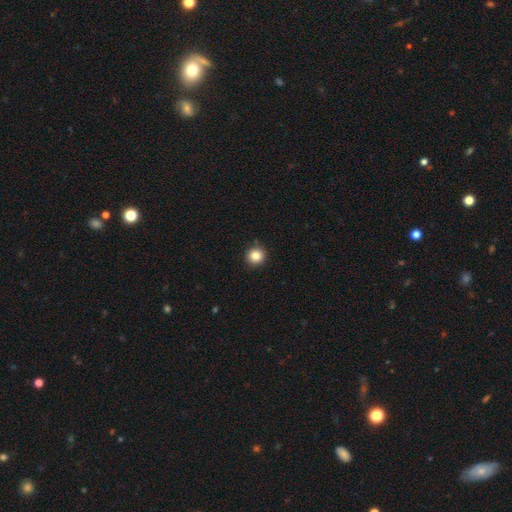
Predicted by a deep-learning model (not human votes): The model was most divided on "smooth or featured": smooth: 85%, star or artifact: 11%, featured or disk: 4%. More confident: how rounded — round (92%); merging — none (91%).